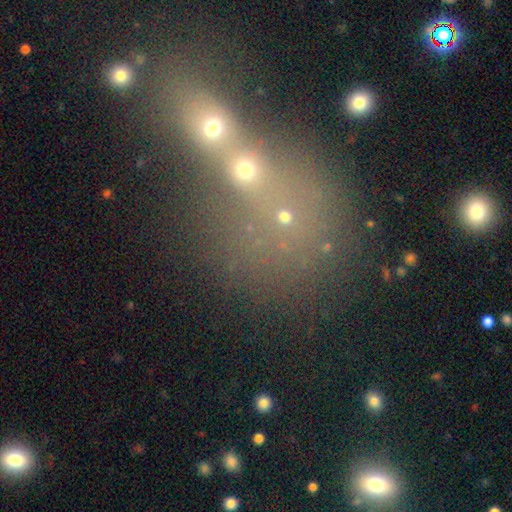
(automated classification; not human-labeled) Morphology: type=smooth (43%); merging=merger (71%).